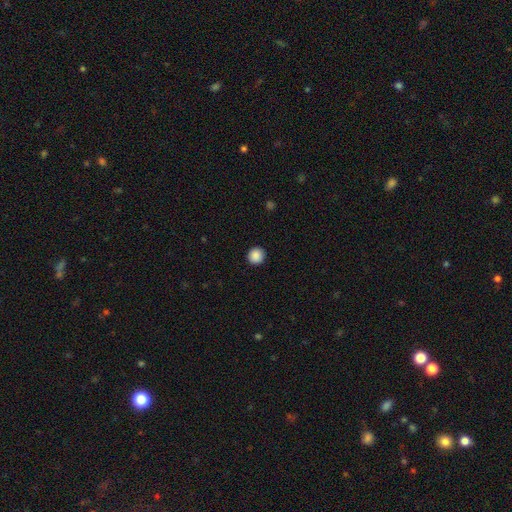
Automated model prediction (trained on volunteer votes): Smooth or featured?
  - smooth: 88% *
  - star or artifact: 9%
  - featured or disk: 2%
How rounded?
  - round: 95% *
  - in between: 4%
  - cigar-shaped: 1%
Merging?
  - none: 93% *
  - minor disturbance: 5%
  - major disturbance: 2%
  - merger: 1%